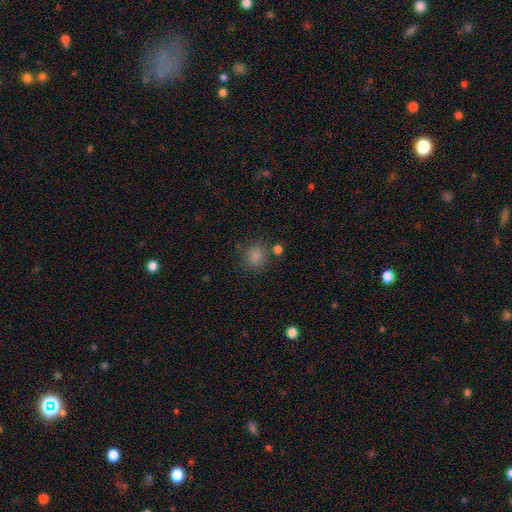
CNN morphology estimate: Overall: smooth (83%). How rounded: round (81%). Merging: none (78%).